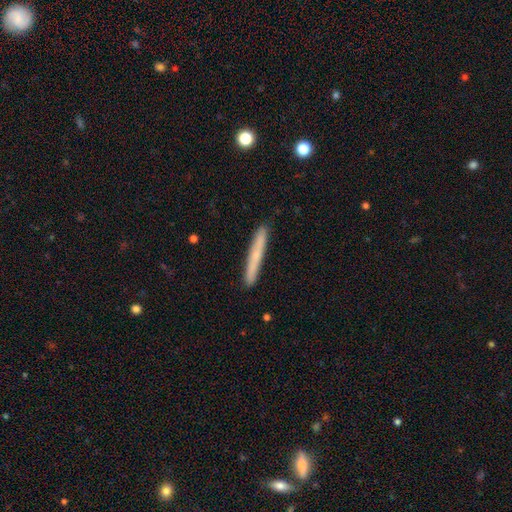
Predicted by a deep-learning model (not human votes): Smooth or featured?
  - smooth: 58% *
  - featured or disk: 35%
  - star or artifact: 7%
How rounded?
  - cigar-shaped: 96% *
  - in between: 3%
  - round: 1%
Merging?
  - none: 90% *
  - minor disturbance: 7%
  - major disturbance: 1%
  - merger: 1%